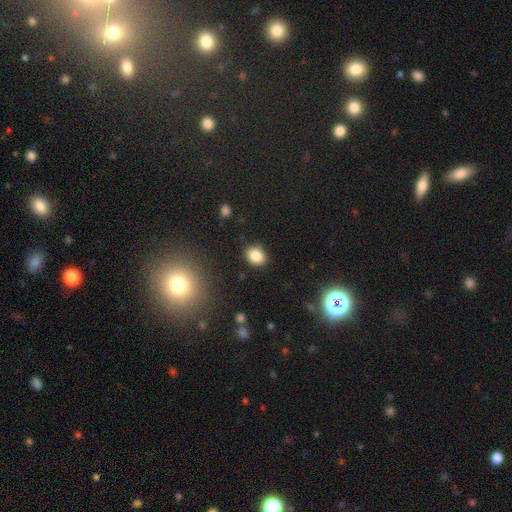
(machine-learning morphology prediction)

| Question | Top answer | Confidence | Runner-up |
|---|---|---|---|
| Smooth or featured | smooth | 84% | star or artifact (11%) |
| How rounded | in between | 52% | round (47%) |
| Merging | none | 85% | minor disturbance (10%) |